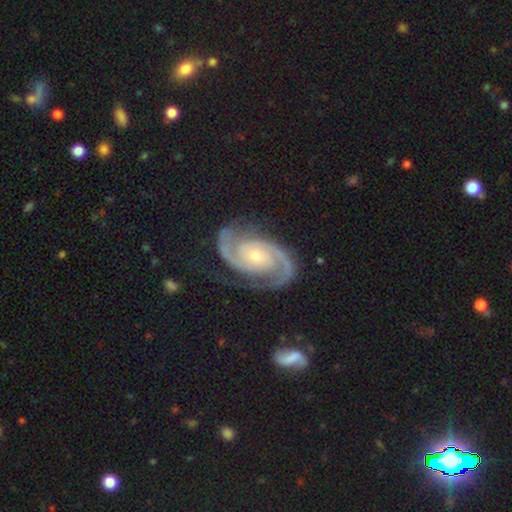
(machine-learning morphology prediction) Smooth or featured? Predicted: featured or disk (p=0.94). Edge-on disk? Predicted: no (p=0.98). Bar? Predicted: no (p=0.62). Spiral arms? Predicted: yes (p=0.99). Spiral winding? Predicted: medium (p=0.49). Spiral arm count? Predicted: 2 (p=0.94). Bulge size? Predicted: small (p=0.59). Merging? Predicted: none (p=0.82).